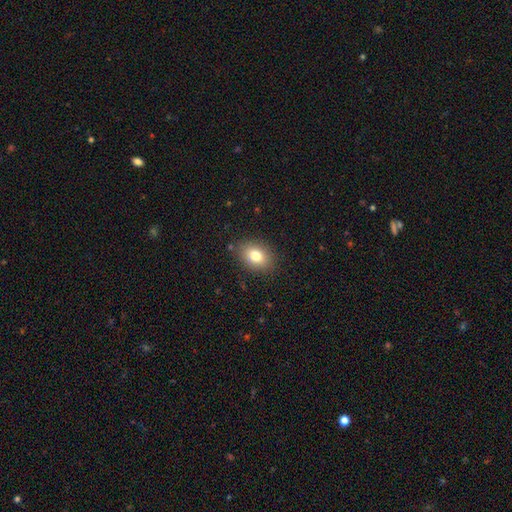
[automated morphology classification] A smooth galaxy with no disk features (79%) that is in between round and cigar-shaped (73%).

Vote fractions:
- Smooth or featured? smooth: 79% / featured or disk: 11% / star or artifact: 10%
- How rounded? in between: 73% / round: 26% / cigar-shaped: 1%
- Merging? none: 86% / minor disturbance: 10% / major disturbance: 3% / merger: 1%